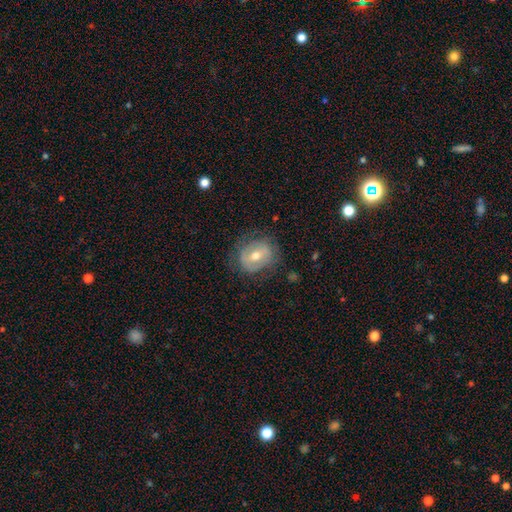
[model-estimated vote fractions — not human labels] Smooth or featured?
  - featured or disk: 51% *
  - smooth: 42%
  - star or artifact: 8%
Edge-on disk?
  - no: 95% *
  - yes: 5%
Merging?
  - none: 70% *
  - minor disturbance: 20%
  - major disturbance: 9%
  - merger: 1%